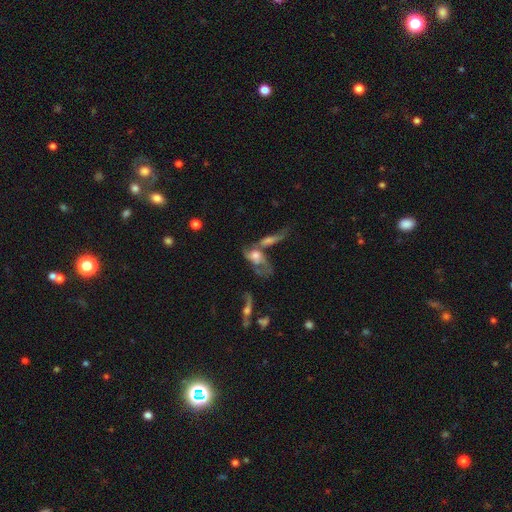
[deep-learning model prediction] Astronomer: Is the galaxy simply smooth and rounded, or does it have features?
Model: featured or disk — 55% (runner-up: smooth, 34%).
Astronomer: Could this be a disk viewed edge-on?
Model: no — 83%.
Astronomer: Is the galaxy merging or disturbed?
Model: merger — 58%.